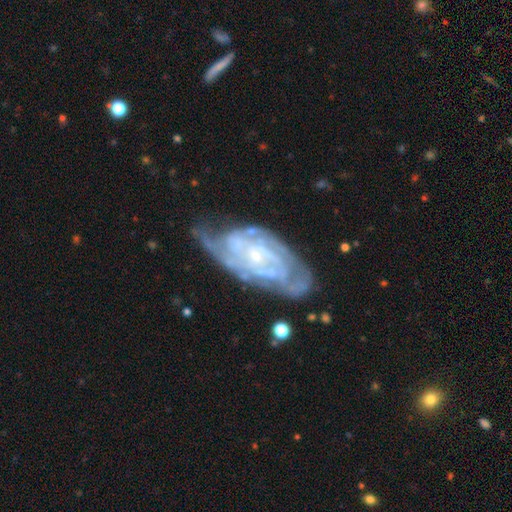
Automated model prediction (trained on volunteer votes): A featured or disk galaxy (86%) with no bar (64%), tight (67%) spiral arms (93%) and a small central bulge (77%).

Vote fractions:
- Smooth or featured? featured or disk: 86% / smooth: 8% / star or artifact: 6%
- Edge-on disk? no: 95% / yes: 5%
- Bar? no: 64% / weak: 27% / strong: 8%
- Spiral arms? yes: 93% / no: 7%
- Spiral winding? tight: 67% / medium: 27% / loose: 6%
- Spiral arm count? can't tell: 36% / 2: 25% / 3: 18% / 4: 10% / more than 4: 5% / 1: 5%
- Bulge size? small: 77% / moderate: 16% / none: 5% / large: 1% / dominant: 1%
- Merging? none: 60% / minor disturbance: 25% / major disturbance: 12% / merger: 3%